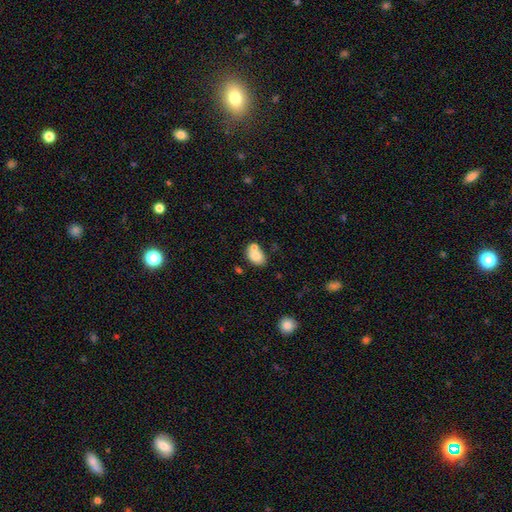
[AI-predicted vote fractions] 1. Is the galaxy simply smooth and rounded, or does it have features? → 77% smooth, 15% featured or disk, 8% star or artifact.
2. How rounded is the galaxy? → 77% in between, 22% round, 1% cigar-shaped.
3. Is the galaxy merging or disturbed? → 43% none, 39% merger, 13% minor disturbance, 5% major disturbance.